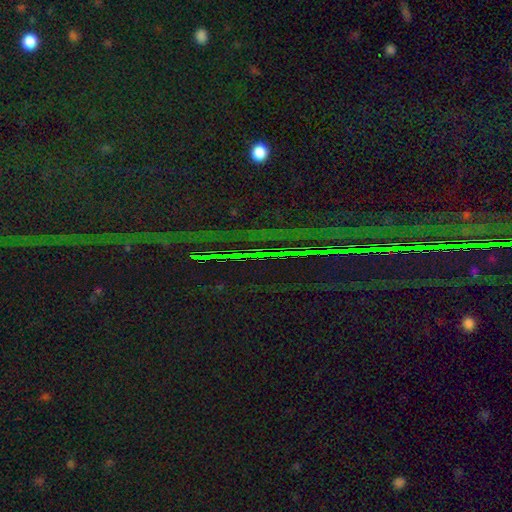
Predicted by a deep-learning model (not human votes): Morphology: type=star or artifact (83%).